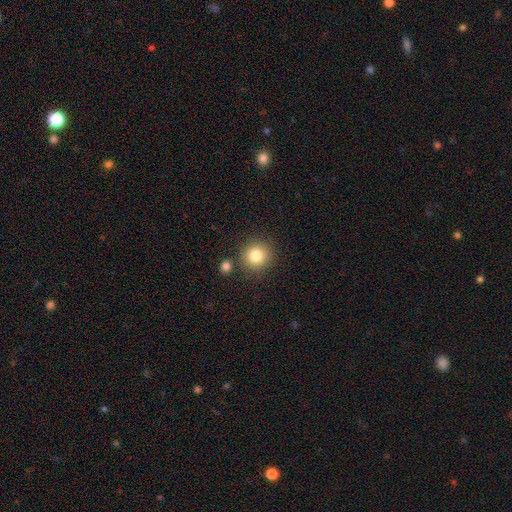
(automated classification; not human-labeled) A smooth galaxy with no disk features (82%) that is round (91%). Merging: none (82%).